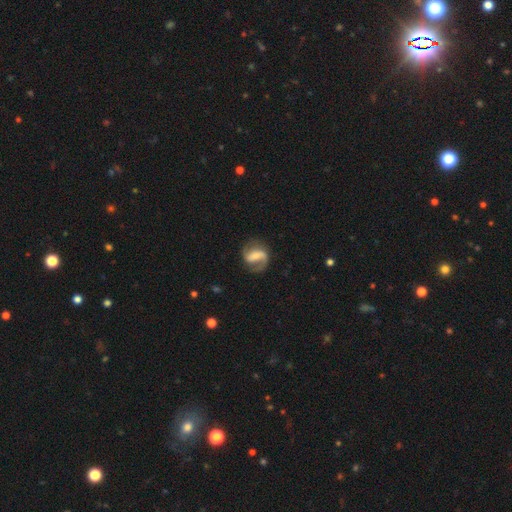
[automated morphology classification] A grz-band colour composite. It shows a featured or disk galaxy (78%) with a strong bar (40%), 2 (80%) medium (45%) spiral arms (93%) and a small central bulge (43%). Merging: none (73%).